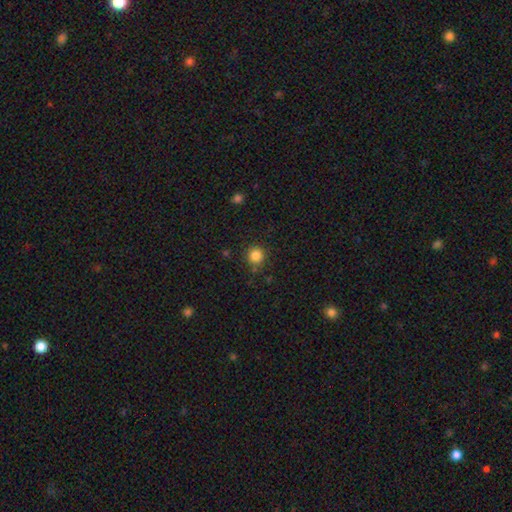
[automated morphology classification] This appears to be a smooth galaxy with no disk features (84%) that is round (93%). Merging: none (85%).